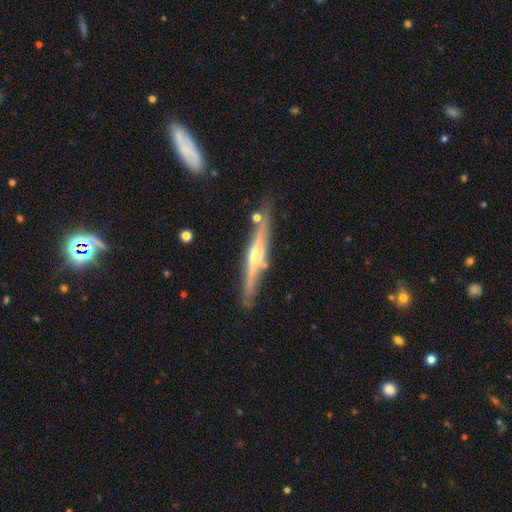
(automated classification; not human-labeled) A featured or disk galaxy (74%) viewed edge-on (96%) with a rounded central bulge (82%).

Vote fractions:
- Smooth or featured? featured or disk: 74% / smooth: 21% / star or artifact: 6%
- Edge-on disk? yes: 96% / no: 4%
- Edge-on bulge? rounded: 82% / none: 12% / boxy: 7%
- Merging? none: 80% / minor disturbance: 13% / merger: 4% / major disturbance: 3%